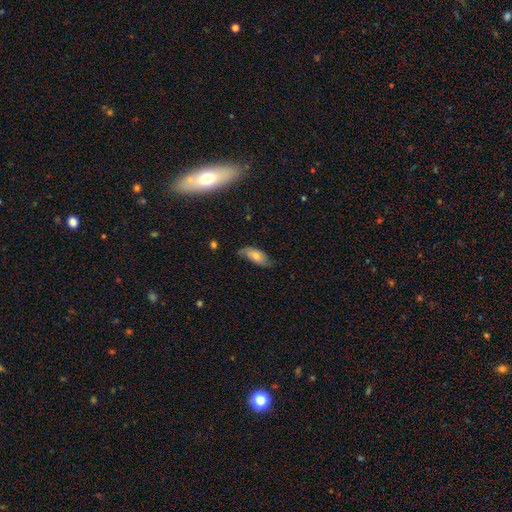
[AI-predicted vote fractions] This appears to be a smooth galaxy with no disk features (47%). Merging: none (62%).